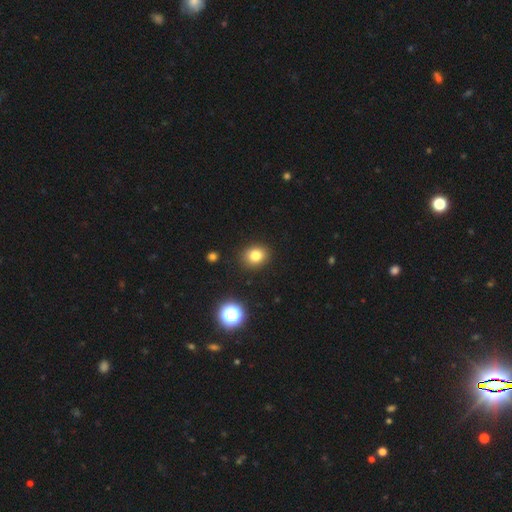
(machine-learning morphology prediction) Smooth or featured? smooth (80%)
How rounded? round (65%)
Merging? none (89%)